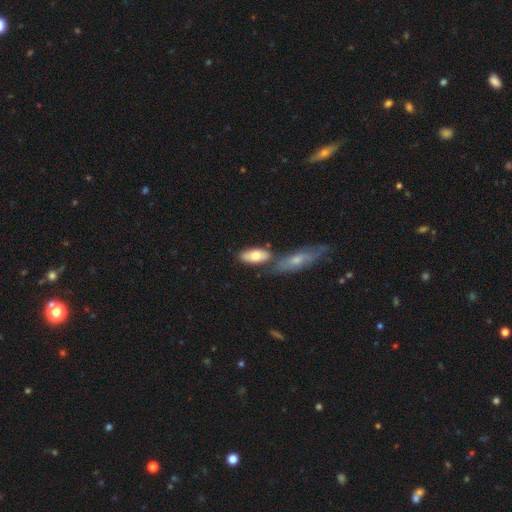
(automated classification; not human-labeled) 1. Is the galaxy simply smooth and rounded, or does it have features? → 71% smooth, 23% featured or disk, 6% star or artifact.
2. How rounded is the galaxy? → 86% in between, 11% cigar-shaped, 3% round.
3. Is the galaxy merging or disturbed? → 57% none, 26% merger, 13% minor disturbance, 4% major disturbance.